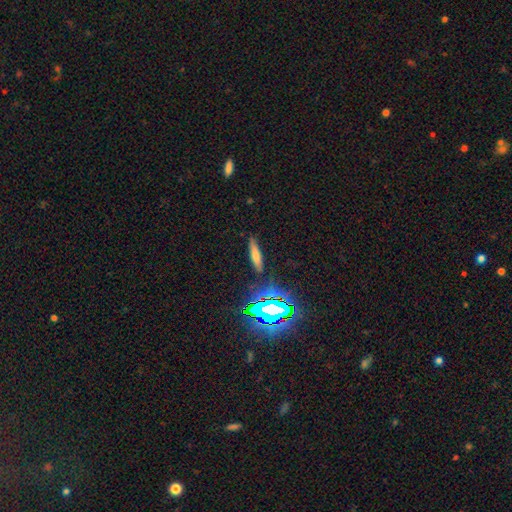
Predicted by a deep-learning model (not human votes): smooth_or_featured: smooth (p=0.62) [alt: featured or disk p=0.20]
how_rounded: cigar-shaped (p=0.79) [alt: in between p=0.18]
merging: none (p=0.84) [alt: minor disturbance p=0.10]